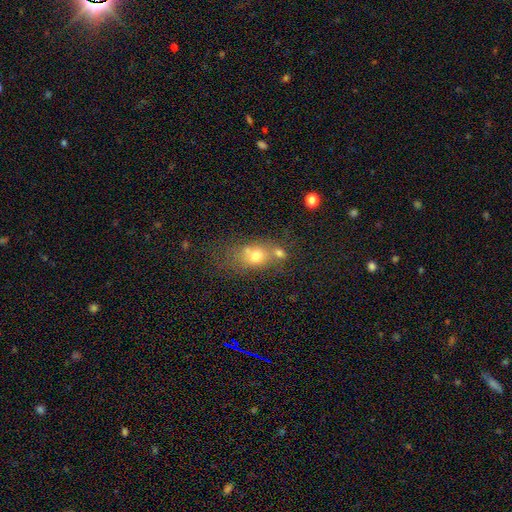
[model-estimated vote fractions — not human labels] smooth-or-featured: smooth: 66% | featured or disk: 20% | star or artifact: 14%
  how-rounded: in between: 55% | round: 41% | cigar-shaped: 4%
  merging: merger: 41% | none: 37% | minor disturbance: 14% | major disturbance: 9%